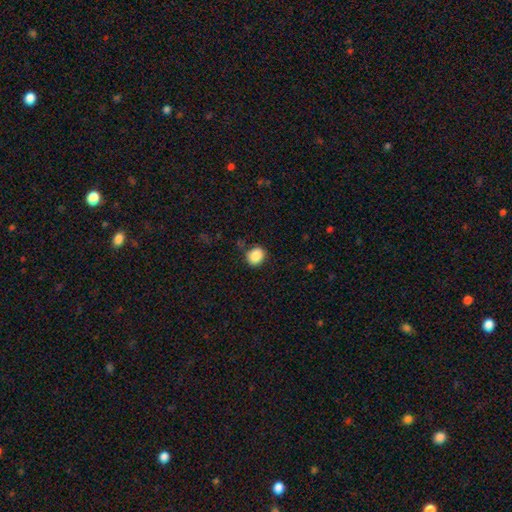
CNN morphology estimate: A smooth galaxy with no disk features (88%) that is round (68%). Merging: none (79%).